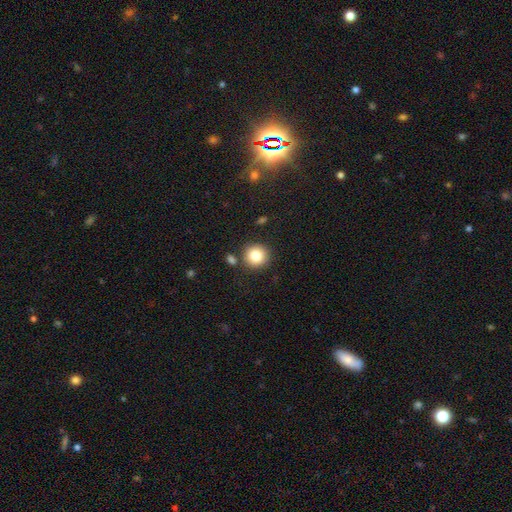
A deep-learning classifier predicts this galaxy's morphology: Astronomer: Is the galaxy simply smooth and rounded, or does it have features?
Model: smooth — 83%.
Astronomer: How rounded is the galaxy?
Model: round — 93%.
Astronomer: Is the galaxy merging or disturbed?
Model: none — 85%.